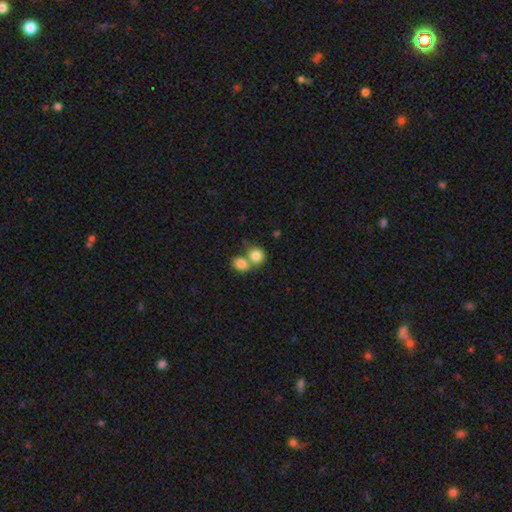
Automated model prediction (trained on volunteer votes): A smooth galaxy with no disk features (82%) that is round (71%). Merging: merger (58%).